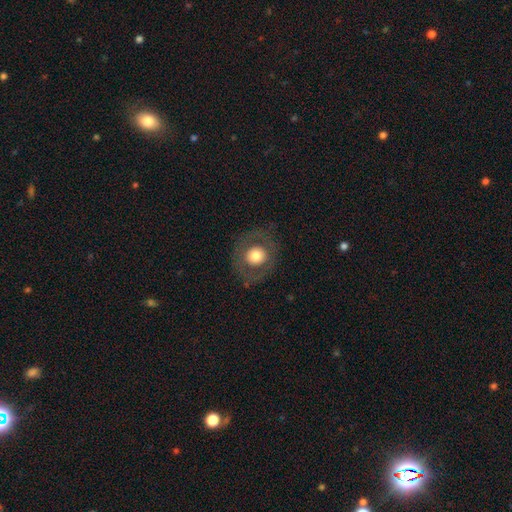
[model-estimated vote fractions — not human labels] smooth-or-featured: smooth: 61% | featured or disk: 30% | star or artifact: 8%
  how-rounded: round: 86% | in between: 13% | cigar-shaped: 1%
  merging: none: 81% | minor disturbance: 10% | major disturbance: 8% | merger: 1%